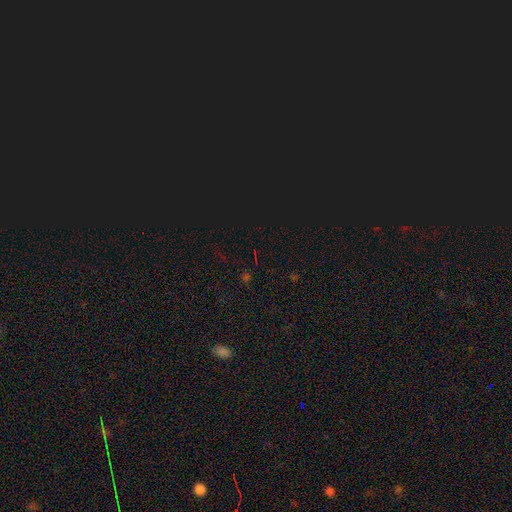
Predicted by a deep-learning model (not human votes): A star or artifact, not a galaxy (77%).